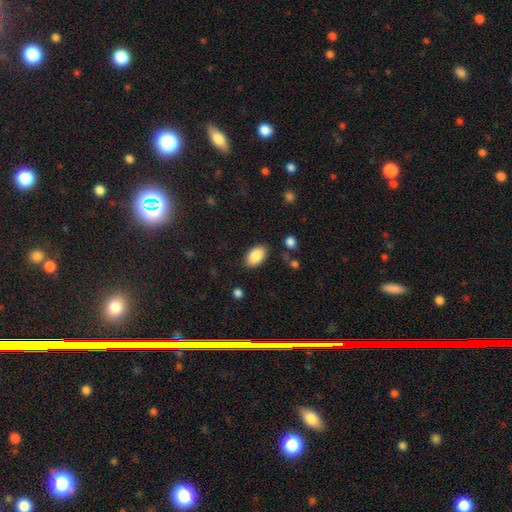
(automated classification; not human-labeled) A smooth galaxy with no disk features (87%) that is in between round and cigar-shaped (93%). Merging: none (84%).